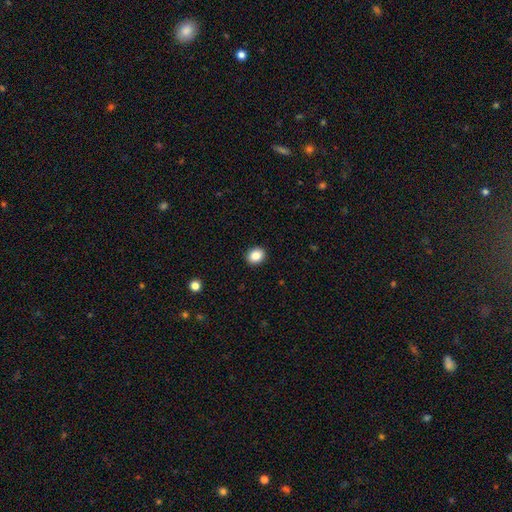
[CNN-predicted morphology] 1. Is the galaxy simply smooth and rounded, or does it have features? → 86% smooth, 9% star or artifact, 5% featured or disk.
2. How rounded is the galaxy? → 60% round, 39% in between, 1% cigar-shaped.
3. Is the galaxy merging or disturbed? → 92% none, 6% minor disturbance, 2% major disturbance, 1% merger.